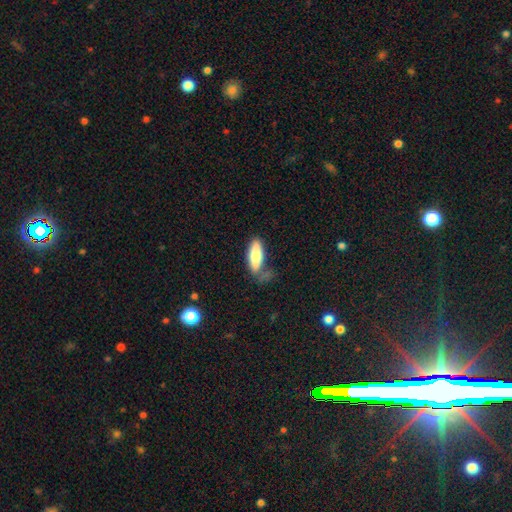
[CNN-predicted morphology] Q: Smooth or featured?
A: smooth (77%); runner-up: featured or disk (17%)
Q: How rounded?
A: in between (62%); runner-up: cigar-shaped (36%)
Q: Merging?
A: none (58%); runner-up: minor disturbance (25%)